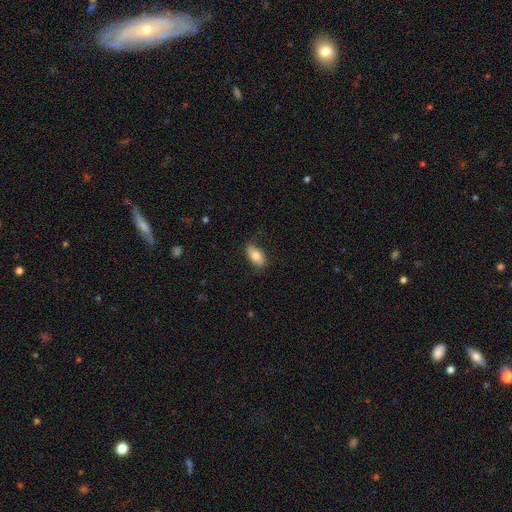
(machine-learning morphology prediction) This is likely a smooth galaxy (76%). How rounded: clearly in between (90%). Merging: likely none (80%).